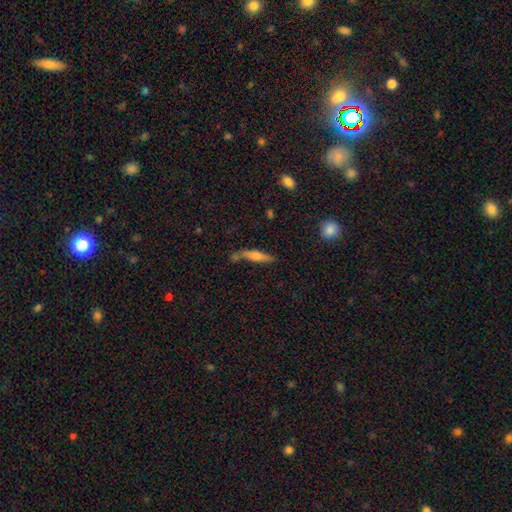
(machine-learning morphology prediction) type=smooth (55%); roundness=cigar-shaped (81%); merging=none (64%).